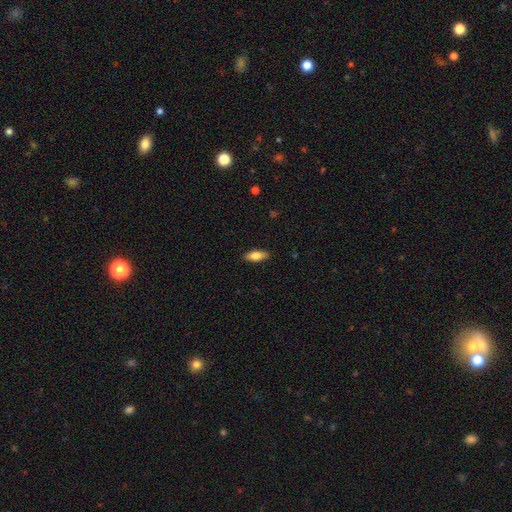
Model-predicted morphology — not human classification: smooth-or-featured: smooth: 76% | featured or disk: 17% | star or artifact: 6%
  how-rounded: in between: 78% | cigar-shaped: 20% | round: 2%
  merging: none: 89% | minor disturbance: 9% | major disturbance: 2% | merger: 1%